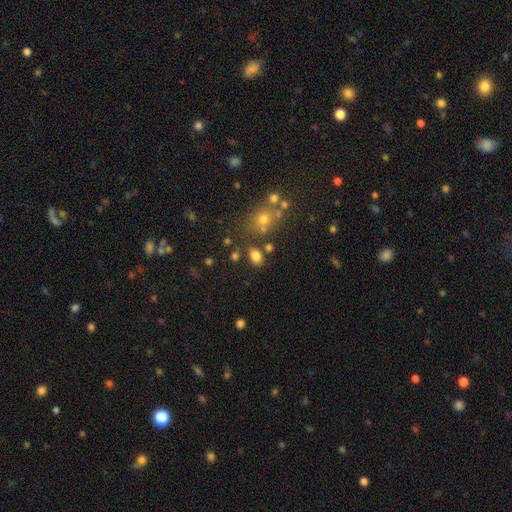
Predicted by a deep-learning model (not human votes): smooth-or-featured: smooth: 79% | star or artifact: 14% | featured or disk: 7%
  how-rounded: in between: 80% | round: 18% | cigar-shaped: 1%
  merging: none: 74% | minor disturbance: 12% | merger: 9% | major disturbance: 5%